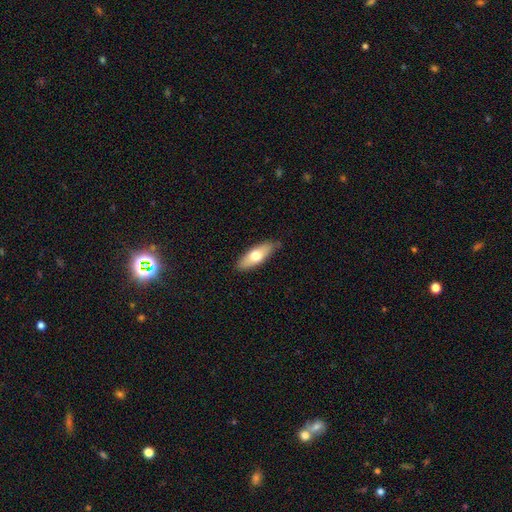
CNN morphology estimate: Smooth or featured: smooth — 65% (featured or disk — 29%)
How rounded: in between — 65% (cigar-shaped — 32%)
Merging: none — 84% (minor disturbance — 13%)